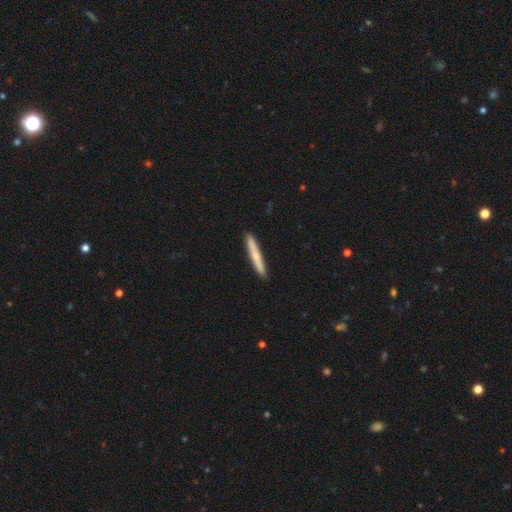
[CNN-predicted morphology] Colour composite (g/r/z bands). It shows a smooth galaxy with no disk features (63%) that is cigar-shaped (96%). Merging: none (91%).